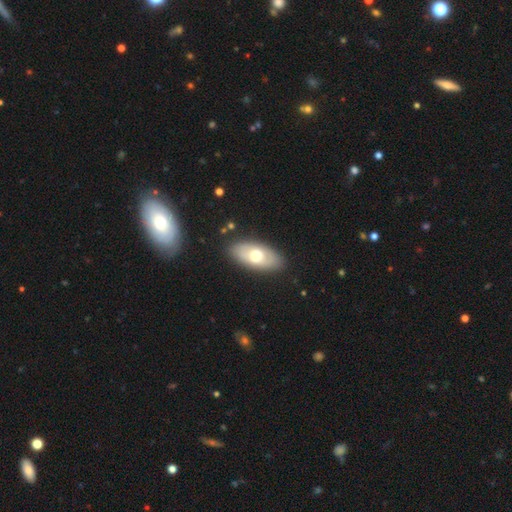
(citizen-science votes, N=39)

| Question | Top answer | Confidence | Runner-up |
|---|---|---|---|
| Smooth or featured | smooth | 62% | featured or disk (36%) |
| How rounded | in between | 96% | cigar-shaped (4%) |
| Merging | none | 79% | minor disturbance (18%) |